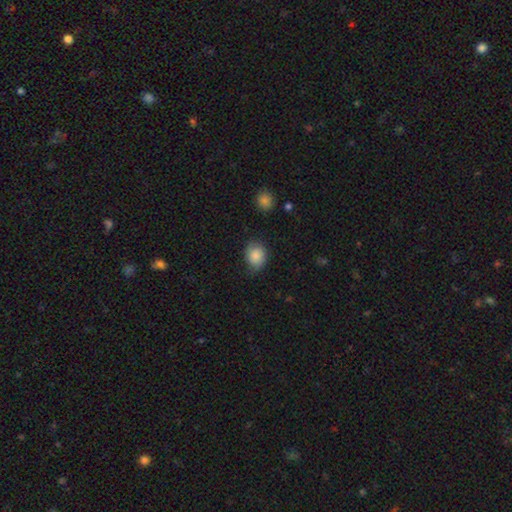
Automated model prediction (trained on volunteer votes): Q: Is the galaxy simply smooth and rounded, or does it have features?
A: smooth — 85%.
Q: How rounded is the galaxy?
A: round — 58%.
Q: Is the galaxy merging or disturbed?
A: none — 66%.